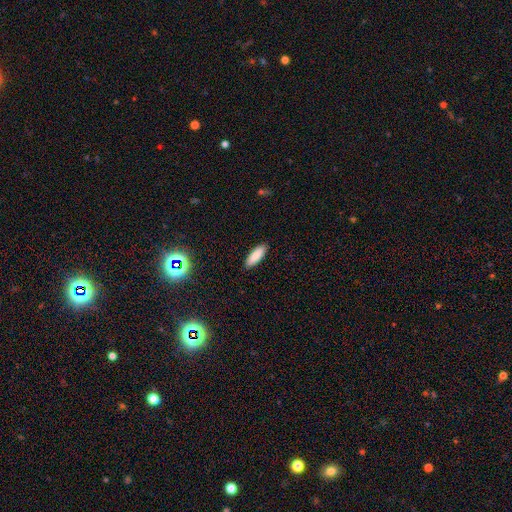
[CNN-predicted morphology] Smooth or featured? Predicted: smooth (p=0.87). How rounded? Predicted: in between (p=0.55). Merging? Predicted: none (p=0.89).